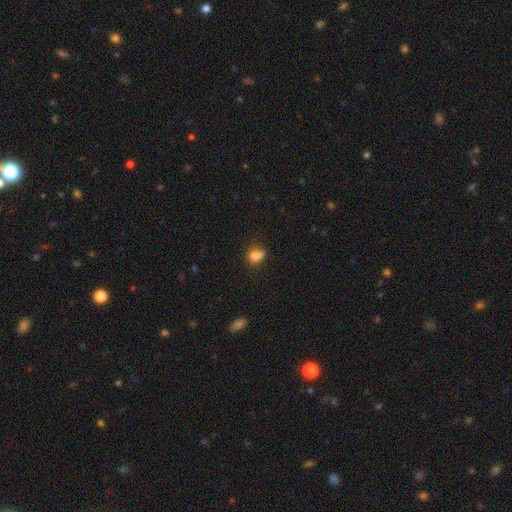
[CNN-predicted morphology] This appears to be a smooth galaxy with no disk features (81%) that is in between round and cigar-shaped (58%). Merging: none (50%).